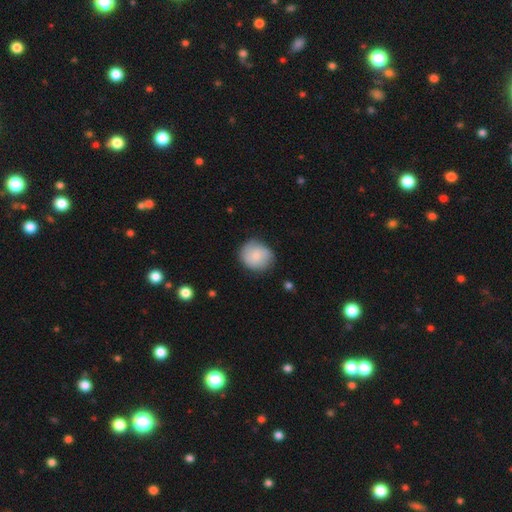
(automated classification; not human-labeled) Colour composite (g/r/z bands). It shows a smooth galaxy with no disk features (75%) that is round (82%). Merging: none (76%).